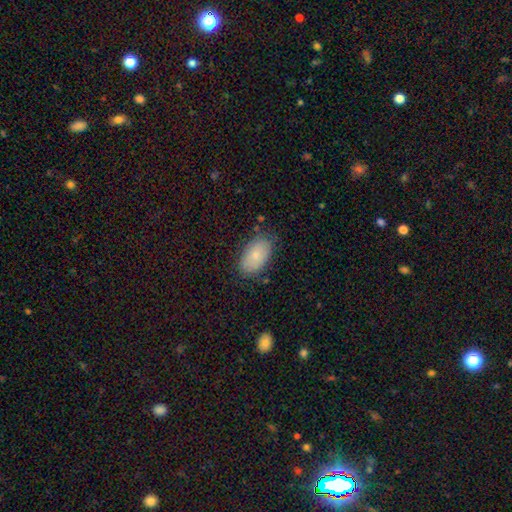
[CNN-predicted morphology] A smooth galaxy with no disk features (82%) that is in between round and cigar-shaped (94%).

Vote fractions:
- Smooth or featured? smooth: 82% / featured or disk: 12% / star or artifact: 7%
- How rounded? in between: 94% / round: 4% / cigar-shaped: 2%
- Merging? none: 79% / minor disturbance: 16% / major disturbance: 4% / merger: 2%